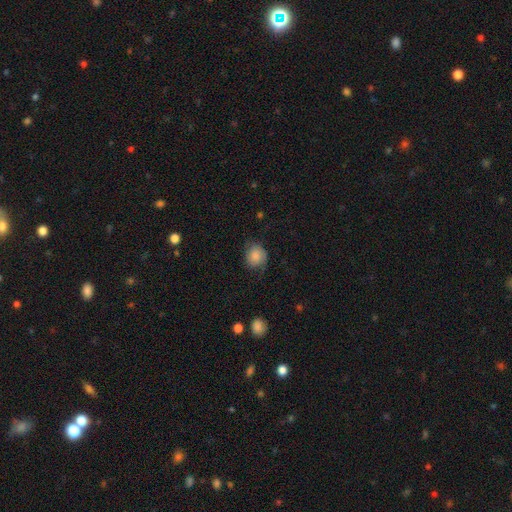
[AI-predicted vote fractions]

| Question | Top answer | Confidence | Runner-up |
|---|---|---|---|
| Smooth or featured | smooth | 73% | featured or disk (18%) |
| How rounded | round | 68% | in between (31%) |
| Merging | none | 57% | minor disturbance (29%) |